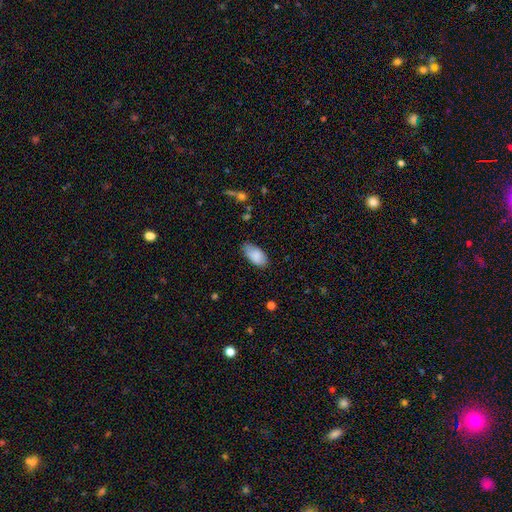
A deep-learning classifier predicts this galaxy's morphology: A smooth galaxy with no disk features (86%) that is in between round and cigar-shaped (94%).

Vote fractions:
- Smooth or featured? smooth: 86% / featured or disk: 7% / star or artifact: 7%
- How rounded? in between: 94% / cigar-shaped: 3% / round: 3%
- Merging? none: 72% / minor disturbance: 23% / major disturbance: 4% / merger: 1%